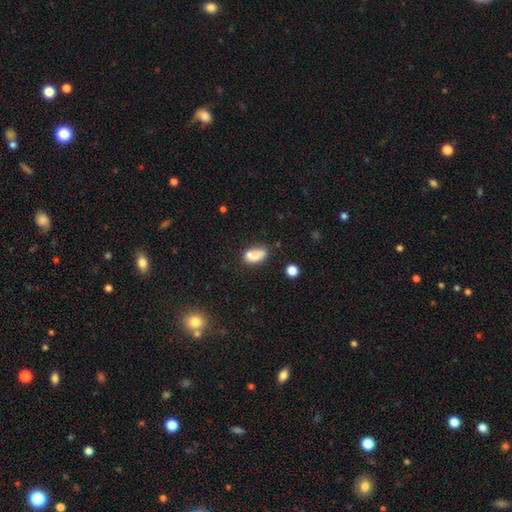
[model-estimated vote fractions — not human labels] Overall: smooth (76%). How rounded: in between (88%). Merging: none (45%; merger 24%).